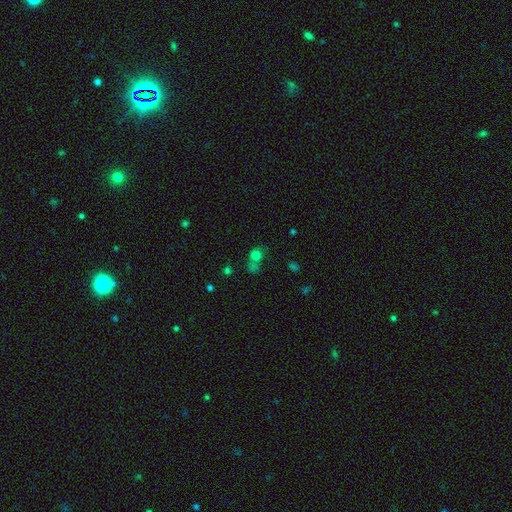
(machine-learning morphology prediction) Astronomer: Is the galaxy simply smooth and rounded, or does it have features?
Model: smooth — 69%.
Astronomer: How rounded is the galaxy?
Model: round — 65%.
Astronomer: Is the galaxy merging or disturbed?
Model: merger — 40% (runner-up: none, 36%).